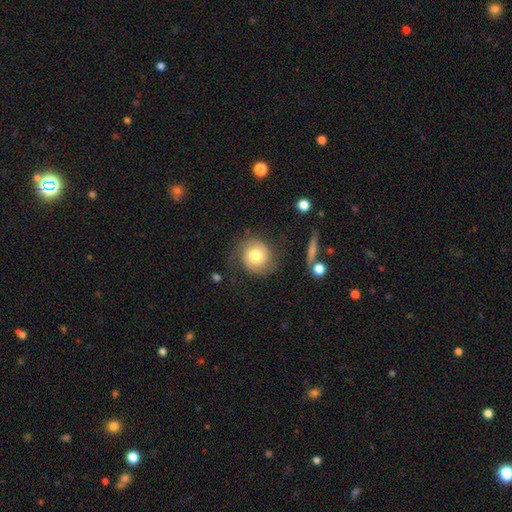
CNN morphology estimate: This appears to be a smooth galaxy with no disk features (54%) that is round (83%). Merging: none (68%).